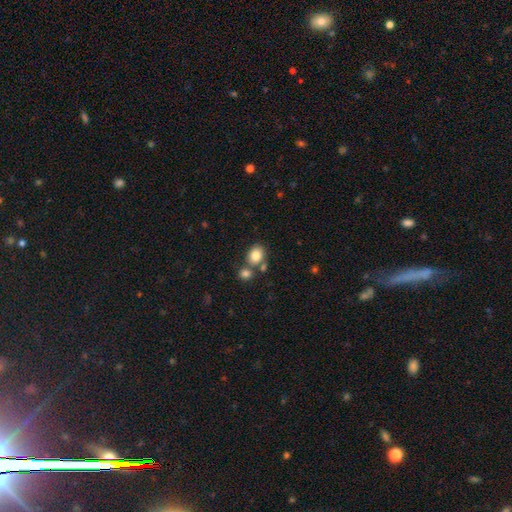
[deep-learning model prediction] Smooth or featured? smooth (84%)
How rounded? in between (51%)
Merging? none (60%)